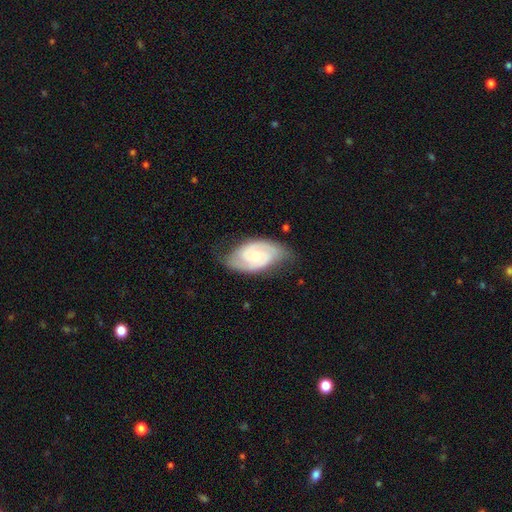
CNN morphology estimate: type=featured or disk (76%); edge-on=no (95%); bar=no (64%); spiral arms=yes (91%); winding=tight (47%); arm count=2 (78%); bulge=moderate (60%); merging=none (65%).